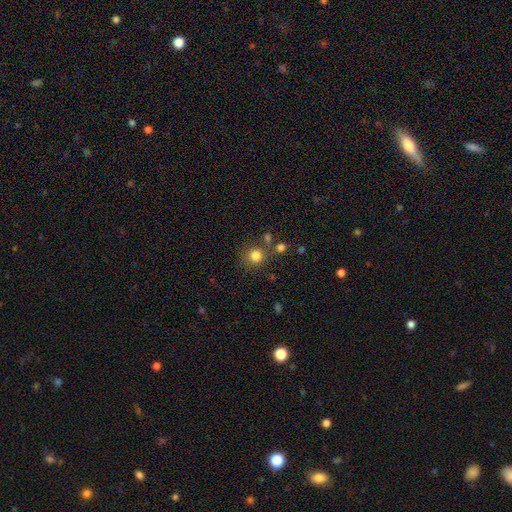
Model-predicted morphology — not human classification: The model was most divided on "merging": none: 76%, minor disturbance: 10%, merger: 10%, major disturbance: 4%. More confident: how rounded — round (91%); smooth or featured — smooth (82%).